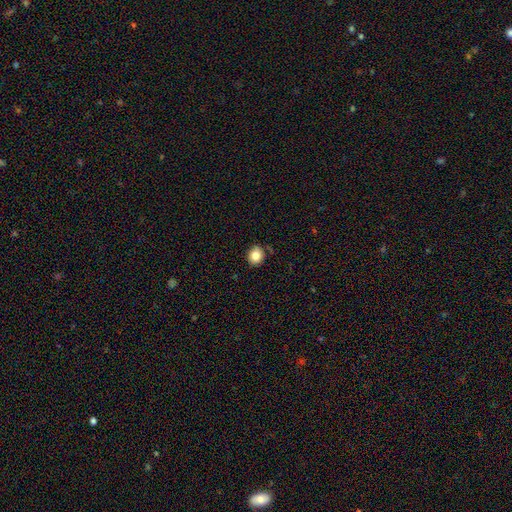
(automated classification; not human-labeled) This appears to be a smooth galaxy with no disk features (82%) that is round (79%). Merging: none (83%).